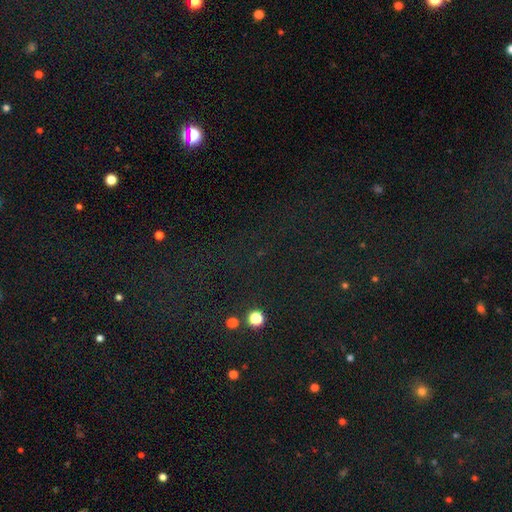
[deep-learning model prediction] smooth-or-featured: star or artifact: 71% | smooth: 18% | featured or disk: 11%